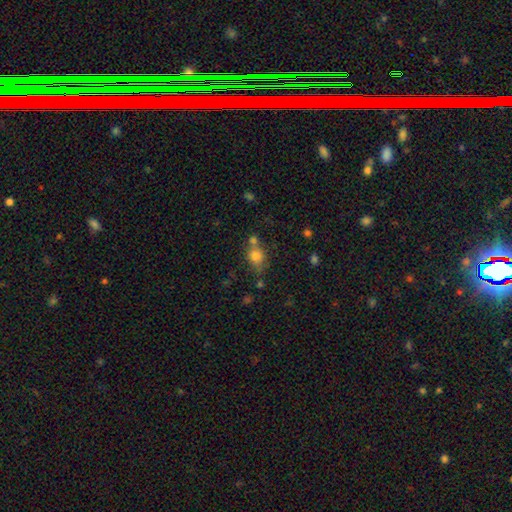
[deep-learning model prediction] A smooth galaxy with no disk features (76%) that is in between round and cigar-shaped (49%). Merging: none (48%).